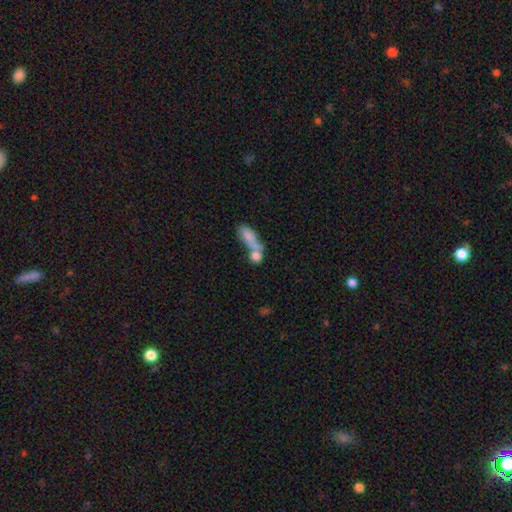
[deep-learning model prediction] Smooth or featured?
  - smooth: 58% *
  - featured or disk: 24%
  - star or artifact: 18%
How rounded?
  - in between: 55% *
  - cigar-shaped: 32%
  - round: 13%
Merging?
  - merger: 53% *
  - none: 31%
  - minor disturbance: 9%
  - major disturbance: 8%